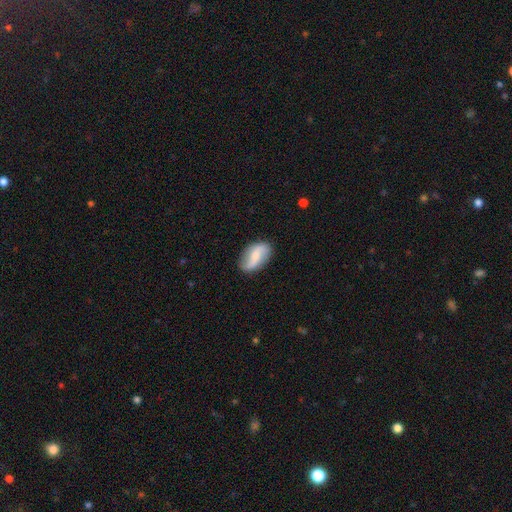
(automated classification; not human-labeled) This is possibly a featured or disk galaxy (56%). It is clearly not viewed edge-on (95%). Bar: marginally weak (42%). Spiral arm pattern: clearly yes (86%). Central bulge: possibly small (47%). Merging: clearly none (82%).